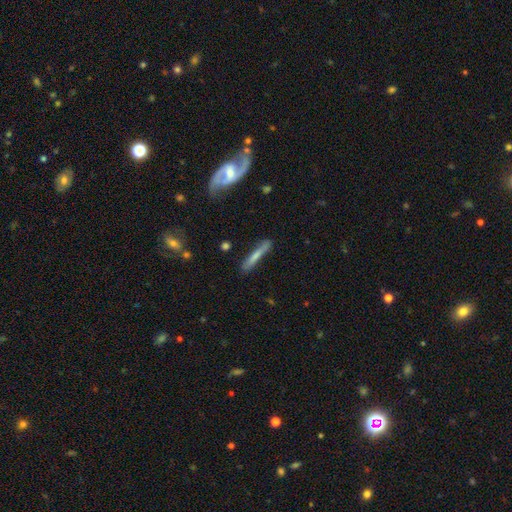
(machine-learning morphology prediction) type=smooth (66%); roundness=cigar-shaped (93%); merging=none (76%).